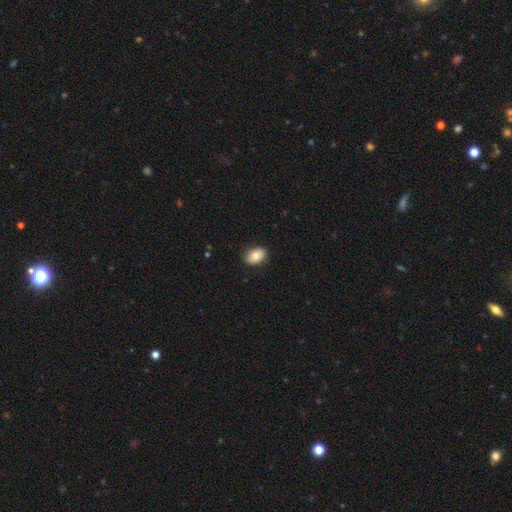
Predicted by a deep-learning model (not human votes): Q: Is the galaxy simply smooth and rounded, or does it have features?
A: smooth — 81%.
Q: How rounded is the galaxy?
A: in between — 84%.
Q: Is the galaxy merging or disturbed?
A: none — 87%.